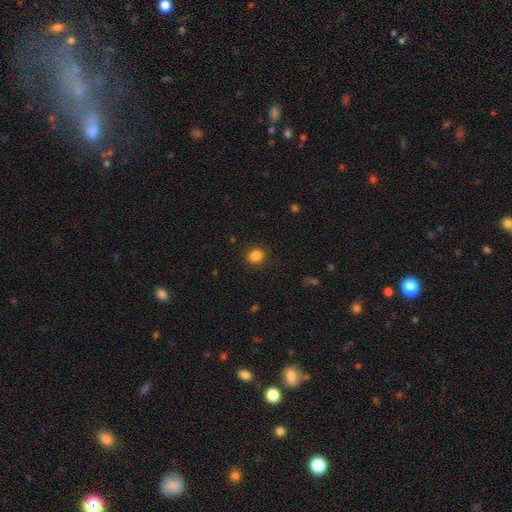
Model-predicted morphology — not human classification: This is clearly a smooth galaxy (85%). How rounded: likely round (78%). Merging: clearly none (89%).